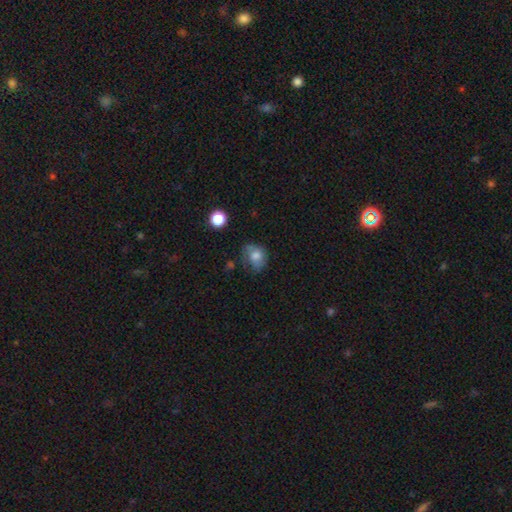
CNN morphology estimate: Smooth or featured? Predicted: smooth (p=0.64). How rounded? Predicted: round (p=0.52). Merging? Predicted: none (p=0.46).